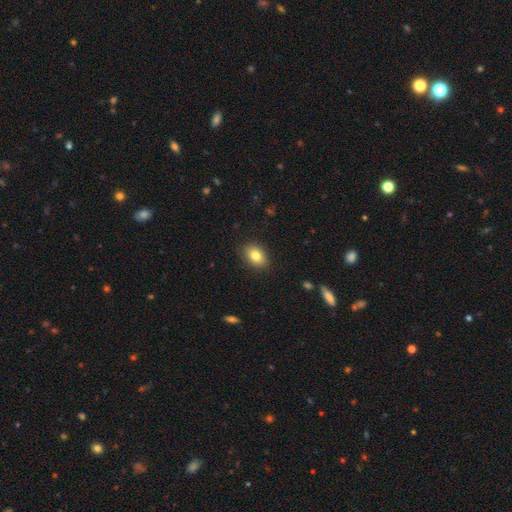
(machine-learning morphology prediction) smooth_or_featured: smooth (p=0.81) [alt: featured or disk p=0.11]
how_rounded: in between (p=0.81) [alt: round p=0.18]
merging: none (p=0.87) [alt: minor disturbance p=0.10]